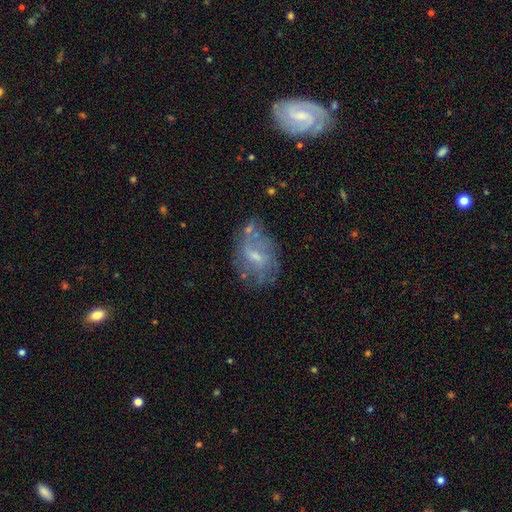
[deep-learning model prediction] Morphology: type=featured or disk (61%); edge-on=no (95%); bar=weak (53%); spiral arms=yes (55%); bulge=small (51%); merging=none (48%).